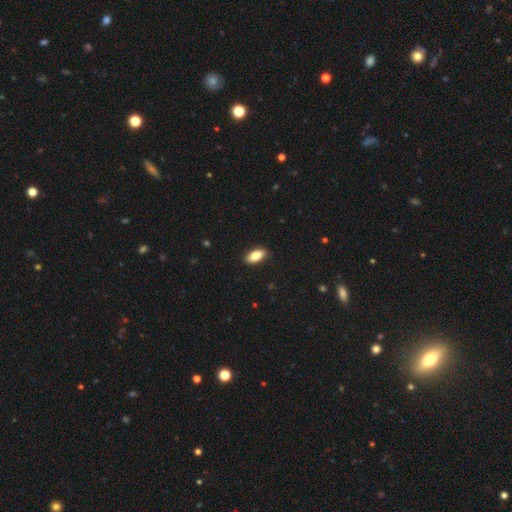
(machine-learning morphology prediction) smooth_or_featured: smooth (p=0.84) [alt: featured or disk p=0.10]
how_rounded: in between (p=0.88) [alt: cigar-shaped p=0.09]
merging: none (p=0.88) [alt: minor disturbance p=0.09]